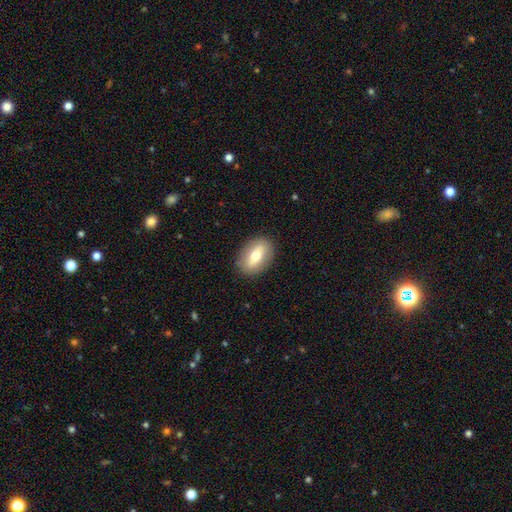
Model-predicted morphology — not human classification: smooth_or_featured: smooth (p=0.59) [alt: featured or disk p=0.34]
how_rounded: in between (p=0.82) [alt: round p=0.13]
merging: none (p=0.87) [alt: minor disturbance p=0.09]